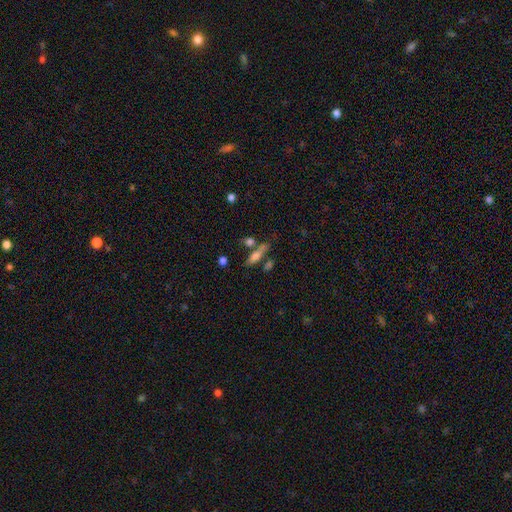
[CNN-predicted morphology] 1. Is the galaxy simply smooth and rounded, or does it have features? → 68% smooth, 22% featured or disk, 10% star or artifact.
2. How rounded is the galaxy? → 60% cigar-shaped, 35% in between, 5% round.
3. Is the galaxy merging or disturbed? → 56% none, 24% merger, 14% minor disturbance, 6% major disturbance.